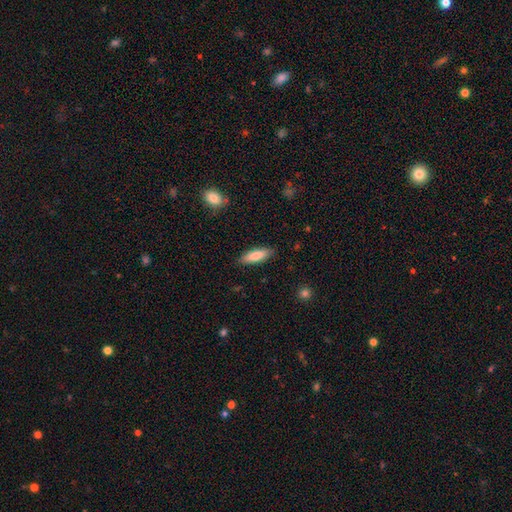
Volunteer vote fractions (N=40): Smooth or featured? smooth (85%)
How rounded? cigar-shaped (56%)
Merging? none (92%)